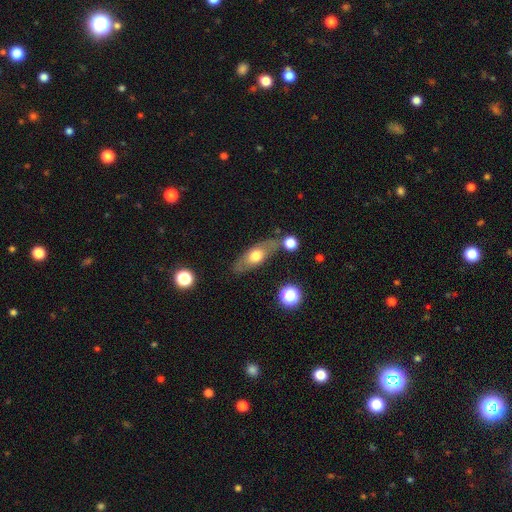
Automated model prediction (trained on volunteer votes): smooth 51%, featured or disk 42%, star or artifact 7%. Down the decision tree: how rounded — in between (66%); merging — none (68%).